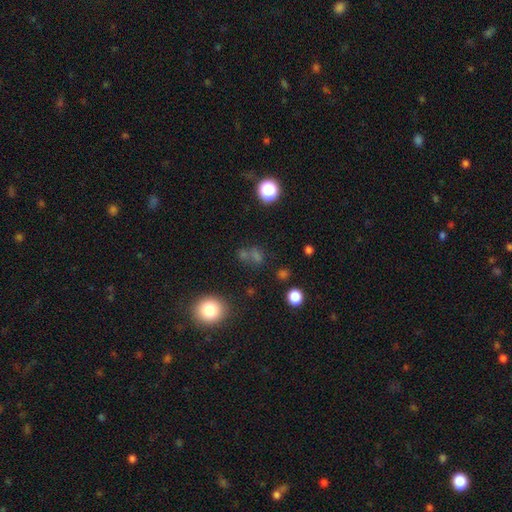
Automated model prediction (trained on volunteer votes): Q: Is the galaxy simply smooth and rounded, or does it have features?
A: smooth — 56%.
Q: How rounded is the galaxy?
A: round — 67%.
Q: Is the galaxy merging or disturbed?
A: none — 57%.